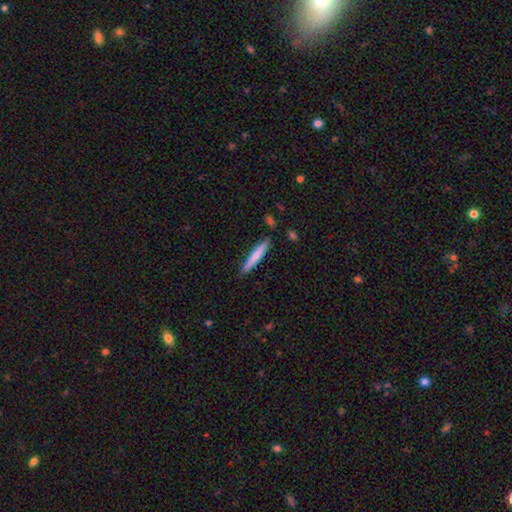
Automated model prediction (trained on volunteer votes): Smooth or featured: smooth — 71% (featured or disk — 24%)
How rounded: cigar-shaped — 94% (in between — 5%)
Merging: none — 86% (minor disturbance — 10%)